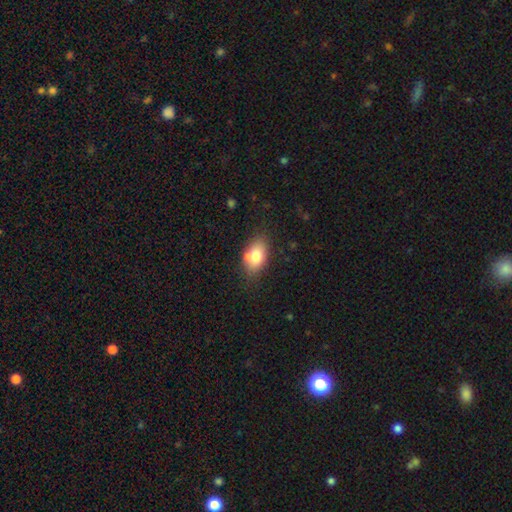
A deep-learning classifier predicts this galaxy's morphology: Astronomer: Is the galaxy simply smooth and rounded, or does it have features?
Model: smooth — 73%.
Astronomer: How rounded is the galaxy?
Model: in between — 86%.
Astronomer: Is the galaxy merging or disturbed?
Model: none — 60%.